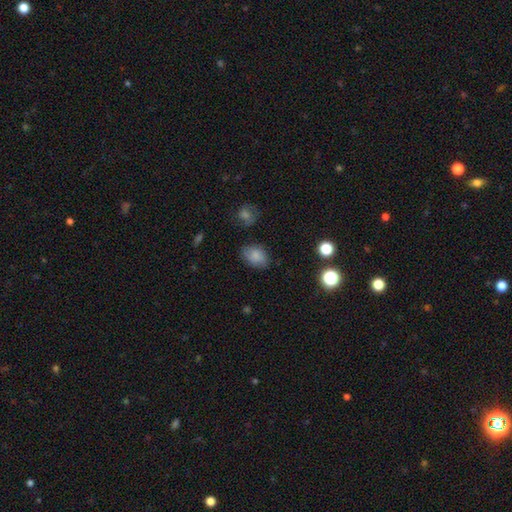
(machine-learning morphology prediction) smooth_or_featured: smooth (p=0.82) [alt: star or artifact p=0.10]
how_rounded: in between (p=0.72) [alt: round p=0.27]
merging: none (p=0.77) [alt: minor disturbance p=0.17]